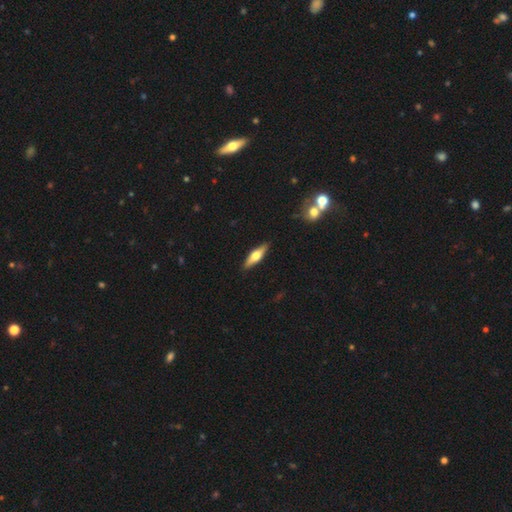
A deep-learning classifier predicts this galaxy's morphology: type=featured or disk (54%); edge-on=yes (93%); edge-on bulge=rounded (94%); merging=none (89%).